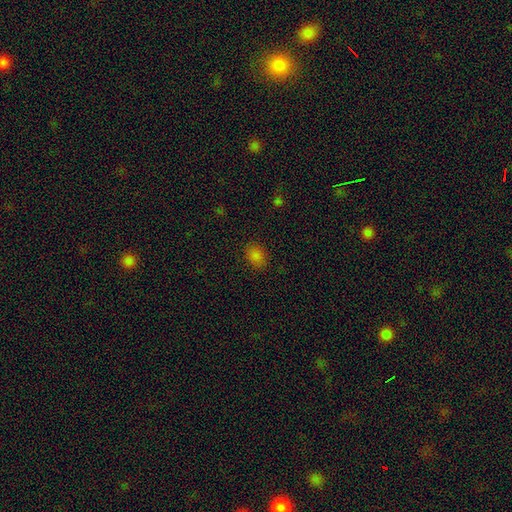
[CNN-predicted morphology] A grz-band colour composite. It shows a smooth galaxy with no disk features (82%) that is in between round and cigar-shaped (74%). Merging: none (85%).